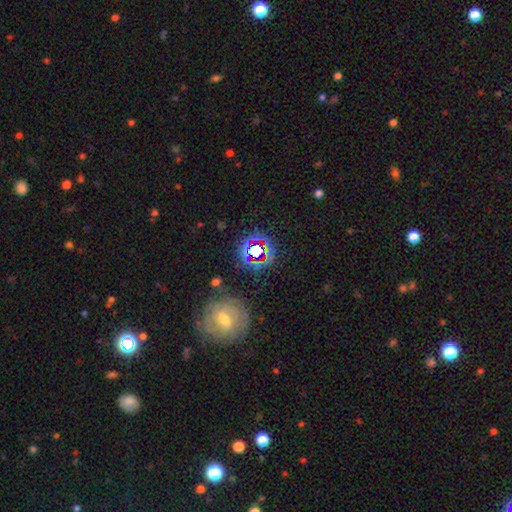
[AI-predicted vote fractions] This appears to be a star or artifact, not a galaxy (63%).